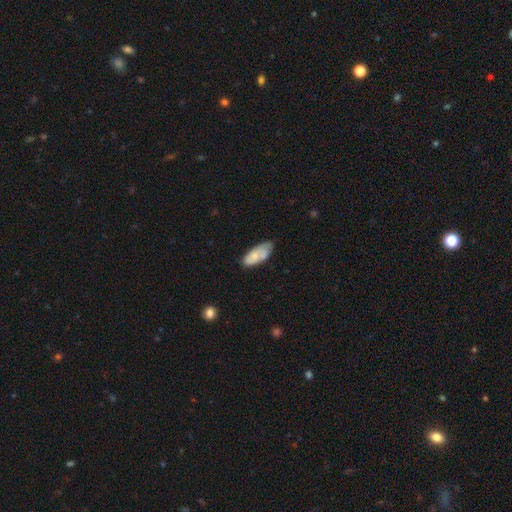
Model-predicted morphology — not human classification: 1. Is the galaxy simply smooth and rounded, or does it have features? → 62% smooth, 31% featured or disk, 6% star or artifact.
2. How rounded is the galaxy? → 85% in between, 13% cigar-shaped, 2% round.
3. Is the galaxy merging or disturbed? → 54% none, 33% minor disturbance, 7% major disturbance, 6% merger.